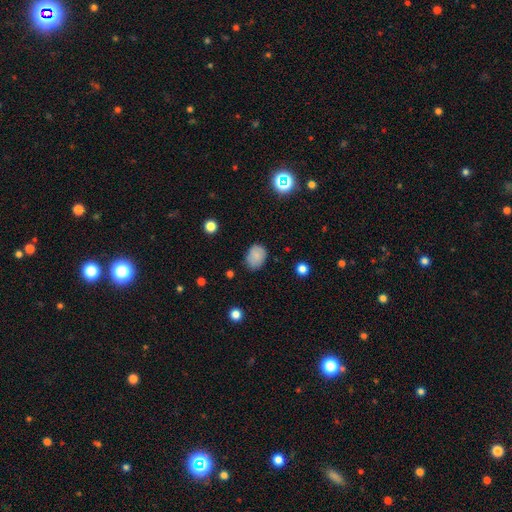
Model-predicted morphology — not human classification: Smooth or featured? Predicted: smooth (p=0.82). How rounded? Predicted: in between (p=0.64). Merging? Predicted: none (p=0.73).